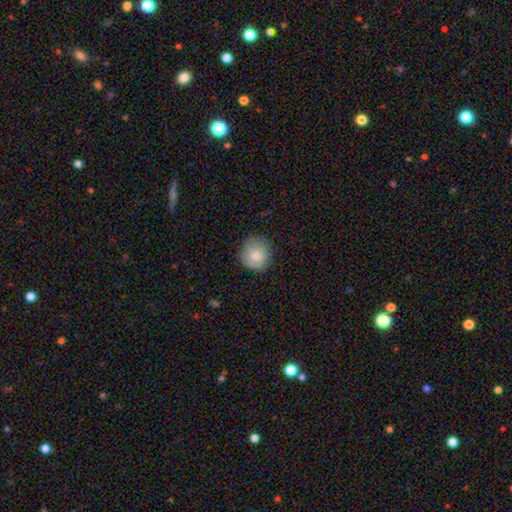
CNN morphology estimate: The model was most divided on "merging": none: 83%, minor disturbance: 13%, major disturbance: 3%, merger: 1%. More confident: how rounded — round (91%); smooth or featured — smooth (84%).